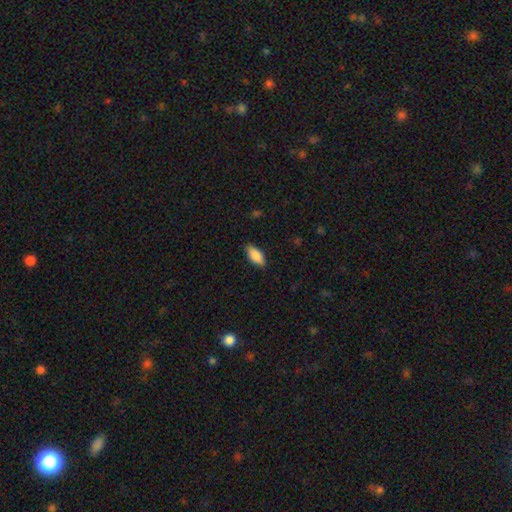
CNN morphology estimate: Q: Smooth or featured?
A: smooth (87%); runner-up: featured or disk (7%)
Q: How rounded?
A: in between (87%); runner-up: cigar-shaped (11%)
Q: Merging?
A: none (86%); runner-up: minor disturbance (11%)